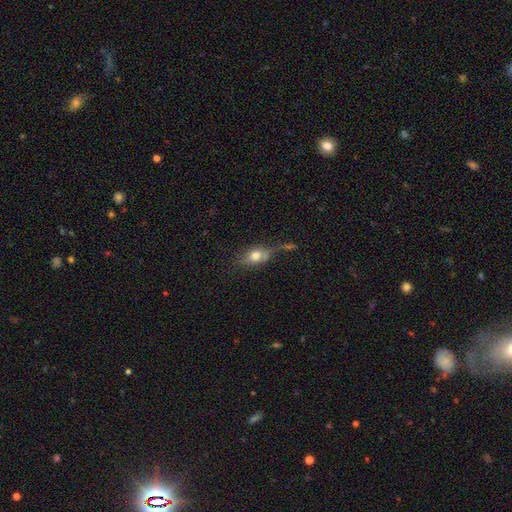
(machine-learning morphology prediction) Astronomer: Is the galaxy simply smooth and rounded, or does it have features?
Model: smooth — 69%.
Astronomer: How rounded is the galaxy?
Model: in between — 69%.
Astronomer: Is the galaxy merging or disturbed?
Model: none — 46% (runner-up: minor disturbance, 21%).